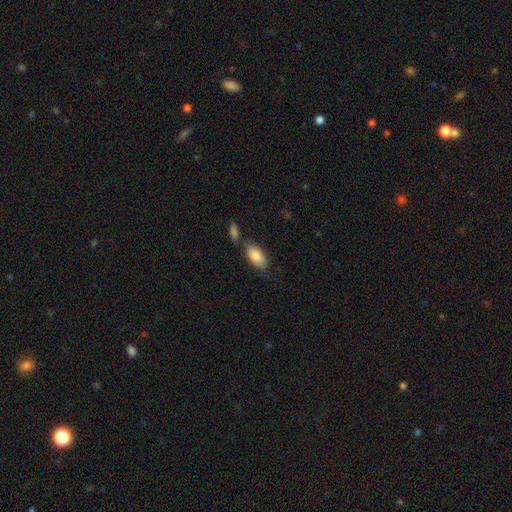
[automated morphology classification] smooth_or_featured: smooth (p=0.85) [alt: featured or disk p=0.09]
how_rounded: in between (p=0.93) [alt: cigar-shaped p=0.04]
merging: none (p=0.63) [alt: merger p=0.17]